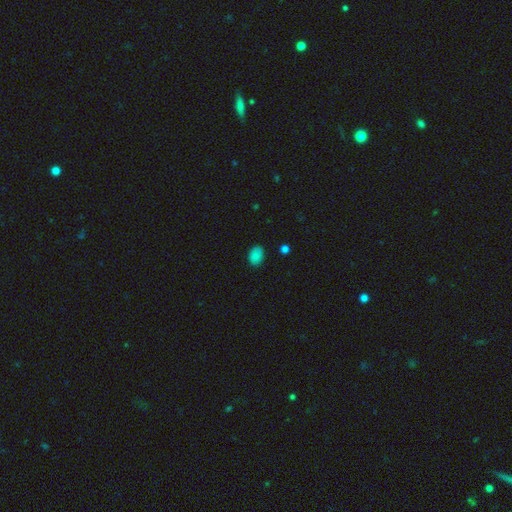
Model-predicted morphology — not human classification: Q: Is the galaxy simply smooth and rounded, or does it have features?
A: smooth — 84%.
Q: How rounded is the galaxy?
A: in between — 76%.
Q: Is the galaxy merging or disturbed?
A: none — 83%.